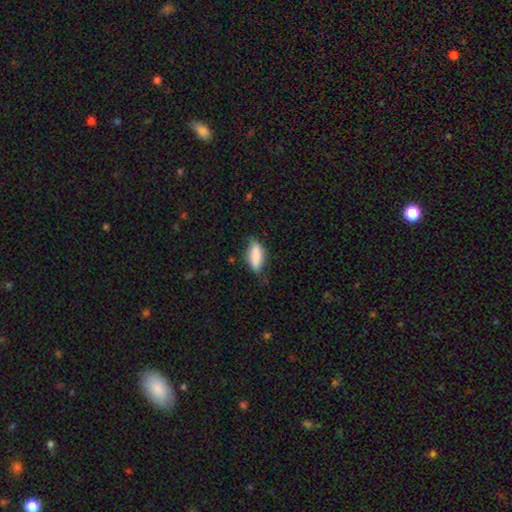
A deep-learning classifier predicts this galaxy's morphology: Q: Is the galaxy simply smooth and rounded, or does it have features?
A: smooth — 85%.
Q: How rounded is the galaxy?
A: in between — 74%.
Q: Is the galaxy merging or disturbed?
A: none — 63%.